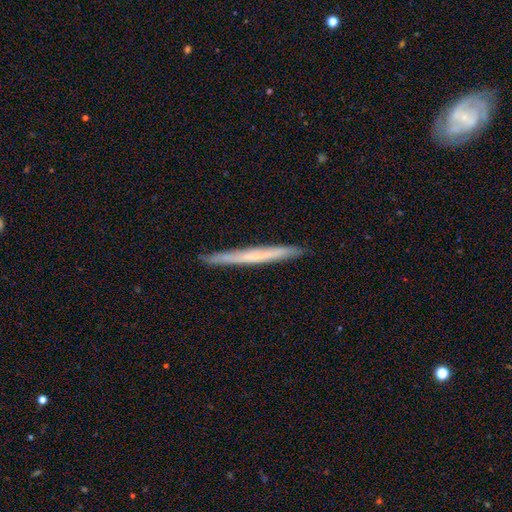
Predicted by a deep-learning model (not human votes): A smooth galaxy with no disk features (49%). Merging: none (91%).